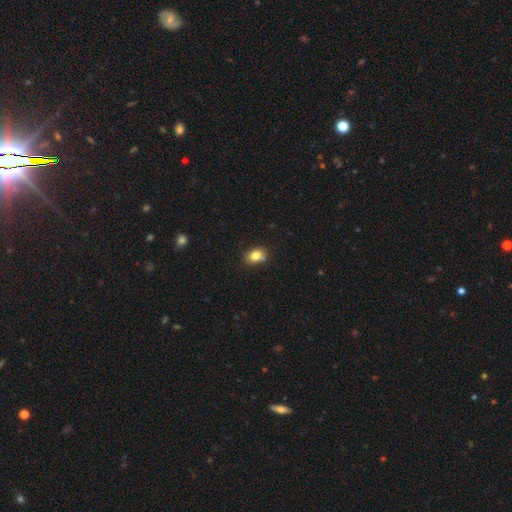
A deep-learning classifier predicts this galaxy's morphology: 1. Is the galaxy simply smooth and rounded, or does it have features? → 82% smooth, 10% star or artifact, 8% featured or disk.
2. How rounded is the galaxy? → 62% in between, 37% round, 1% cigar-shaped.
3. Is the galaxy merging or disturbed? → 75% none, 15% minor disturbance, 7% merger, 3% major disturbance.